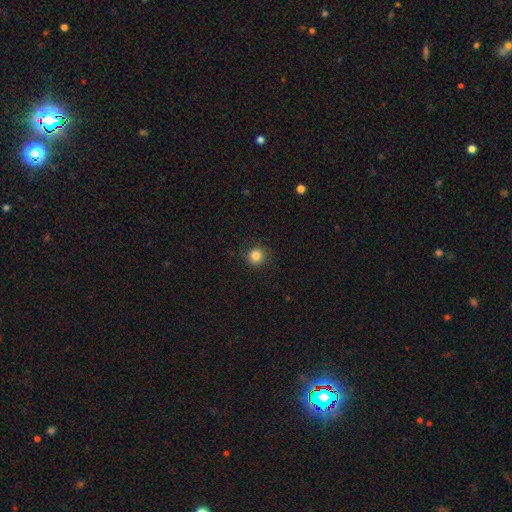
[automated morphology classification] smooth-or-featured: smooth: 85% | star or artifact: 11% | featured or disk: 5%
  how-rounded: round: 93% | in between: 6% | cigar-shaped: 1%
  merging: none: 87% | minor disturbance: 9% | major disturbance: 3% | merger: 1%